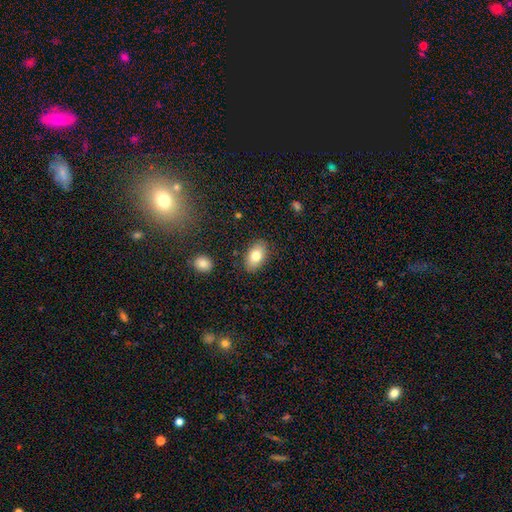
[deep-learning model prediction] smooth_or_featured: smooth (p=0.80) [alt: featured or disk p=0.12]
how_rounded: in between (p=0.91) [alt: round p=0.08]
merging: none (p=0.86) [alt: minor disturbance p=0.10]